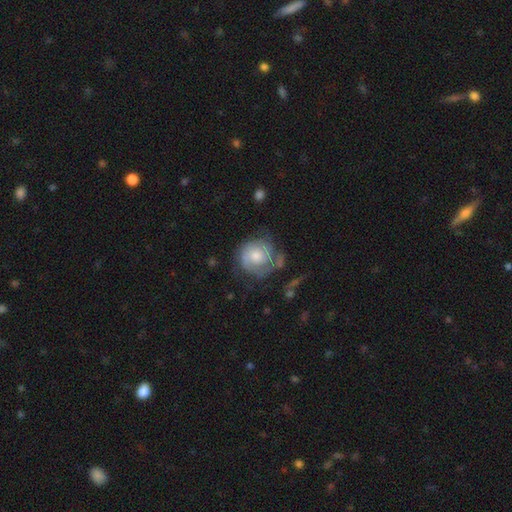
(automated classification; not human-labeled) A featured or disk galaxy (71%) with no bar (74%), 2 (44%) tight (61%) spiral arms (89%) and a moderate central bulge (55%).

Vote fractions:
- Smooth or featured? featured or disk: 71% / smooth: 23% / star or artifact: 6%
- Edge-on disk? no: 98% / yes: 2%
- Bar? no: 74% / weak: 23% / strong: 3%
- Spiral arms? yes: 89% / no: 11%
- Spiral winding? tight: 61% / medium: 28% / loose: 10%
- Spiral arm count? 2: 44% / can't tell: 26% / 1: 13% / 3: 11% / 4: 3% / more than 4: 3%
- Bulge size? moderate: 55% / small: 25% / large: 14% / none: 5% / dominant: 2%
- Merging? none: 57% / minor disturbance: 22% / major disturbance: 16% / merger: 4%